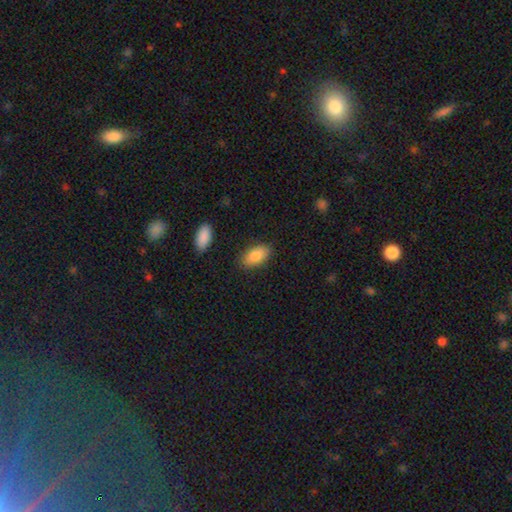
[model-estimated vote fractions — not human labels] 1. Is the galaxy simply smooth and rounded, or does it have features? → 87% smooth, 7% featured or disk, 6% star or artifact.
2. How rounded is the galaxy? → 92% in between, 6% cigar-shaped, 3% round.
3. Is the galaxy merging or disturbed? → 84% none, 11% minor disturbance, 3% major disturbance, 2% merger.